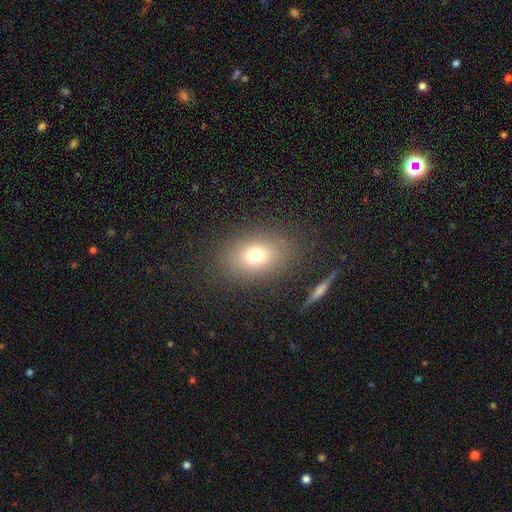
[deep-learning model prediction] A smooth galaxy with no disk features (73%) that is in between round and cigar-shaped (71%).

Vote fractions:
- Smooth or featured? smooth: 73% / star or artifact: 14% / featured or disk: 12%
- How rounded? in between: 71% / round: 28% / cigar-shaped: 2%
- Merging? none: 84% / minor disturbance: 9% / major disturbance: 5% / merger: 2%